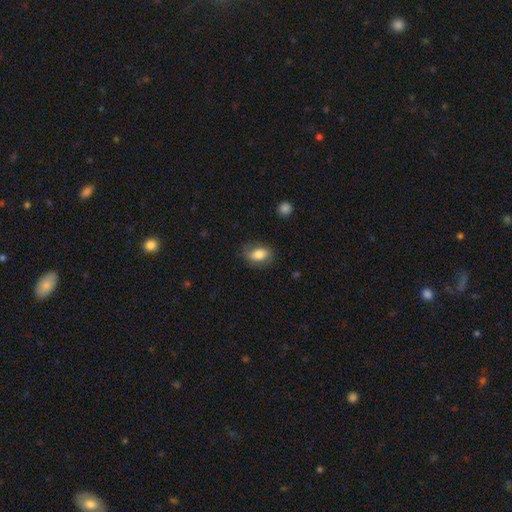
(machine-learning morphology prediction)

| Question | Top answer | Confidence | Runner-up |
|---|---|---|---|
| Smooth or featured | smooth | 67% | featured or disk (24%) |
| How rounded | in between | 78% | round (19%) |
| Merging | none | 74% | minor disturbance (19%) |